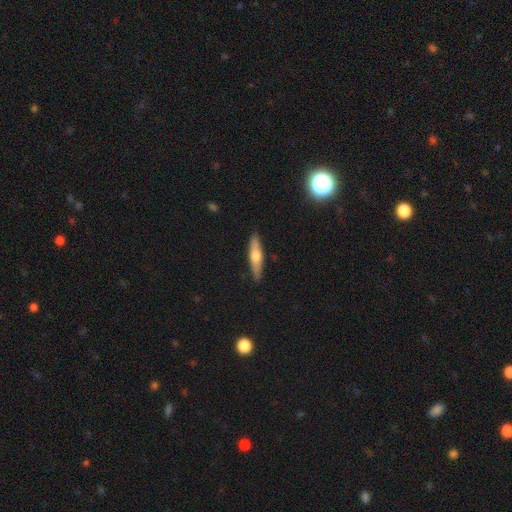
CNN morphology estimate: smooth-or-featured: smooth: 51% | featured or disk: 44% | star or artifact: 6%
  how-rounded: cigar-shaped: 78% | in between: 20% | round: 2%
  merging: none: 89% | minor disturbance: 8% | major disturbance: 2% | merger: 1%